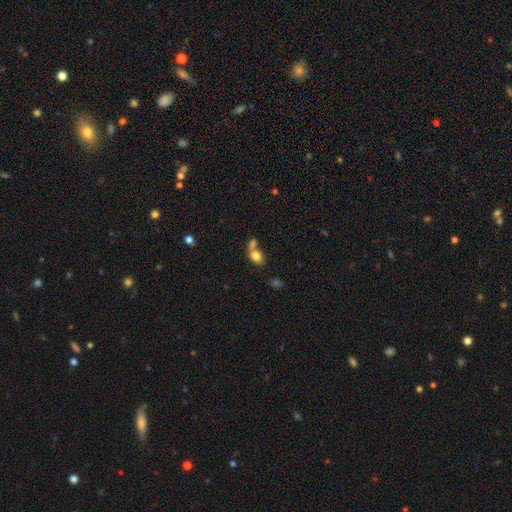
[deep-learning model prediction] Smooth or featured? smooth (81%)
How rounded? in between (61%)
Merging? merger (52%)